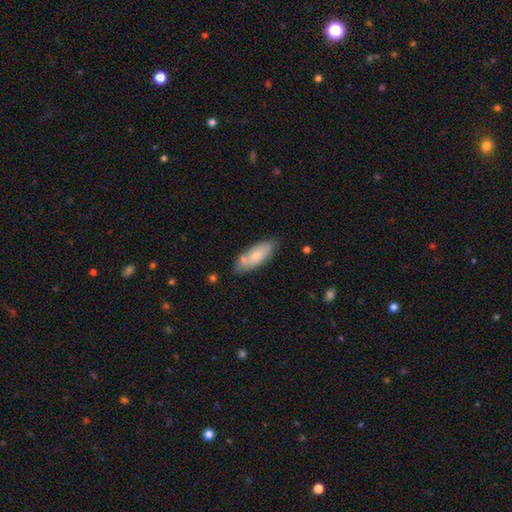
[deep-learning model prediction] A smooth galaxy with no disk features (70%) that is in between round and cigar-shaped (75%). Merging: none (68%).